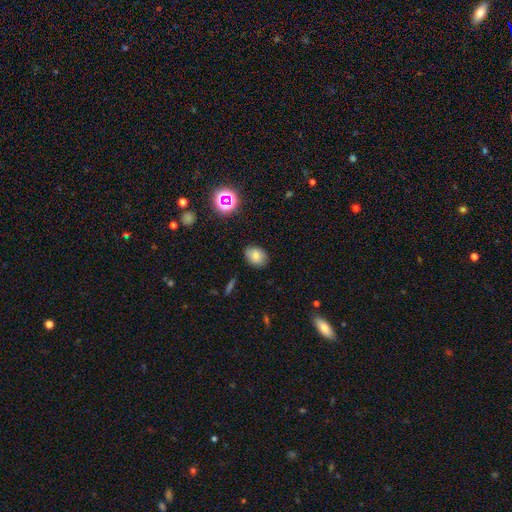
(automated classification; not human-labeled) This is likely a smooth galaxy (75%). How rounded: likely in between (65%). Merging: clearly none (83%).